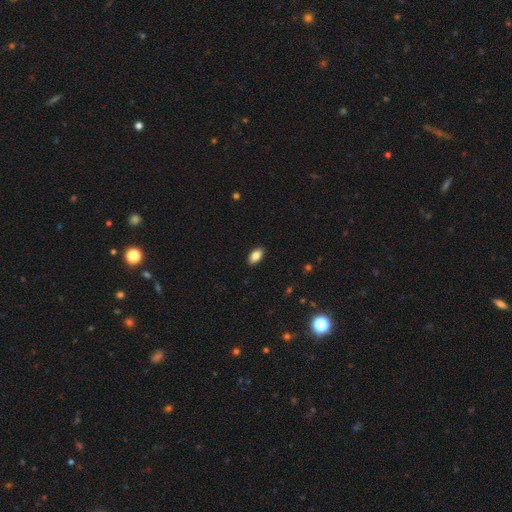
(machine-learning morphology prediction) smooth_or_featured: smooth (p=0.85) [alt: featured or disk p=0.08]
how_rounded: in between (p=0.92) [alt: cigar-shaped p=0.04]
merging: none (p=0.89) [alt: minor disturbance p=0.08]